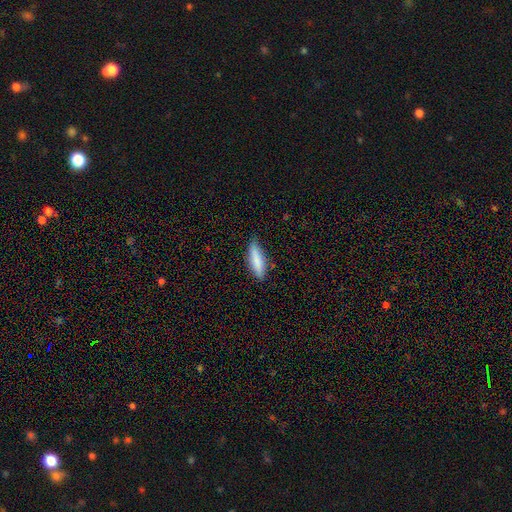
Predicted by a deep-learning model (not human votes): Overall: smooth (81%). How rounded: cigar-shaped (66%; in between 33%). Merging: none (81%).